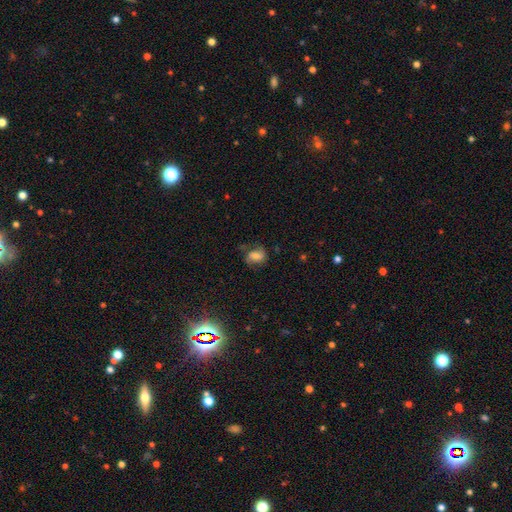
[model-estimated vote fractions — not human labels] Morphology: type=smooth (55%); roundness=in between (64%); merging=none (59%).